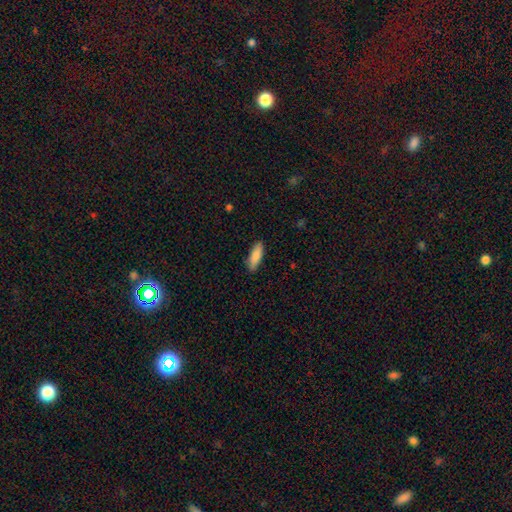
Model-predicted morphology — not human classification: This is clearly a smooth galaxy (88%). How rounded: possibly in between (59%). Merging: clearly none (86%).